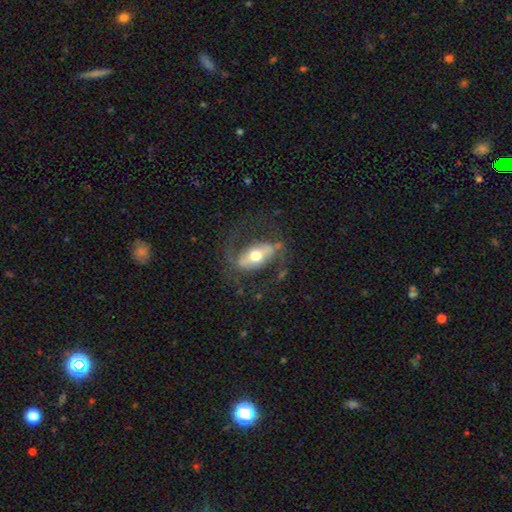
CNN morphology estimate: Smooth or featured? featured or disk (68%)
Edge-on disk? no (89%)
Bar? strong (44%)
Spiral arms? yes (72%)
Bulge size? moderate (69%)
Merging? none (62%)